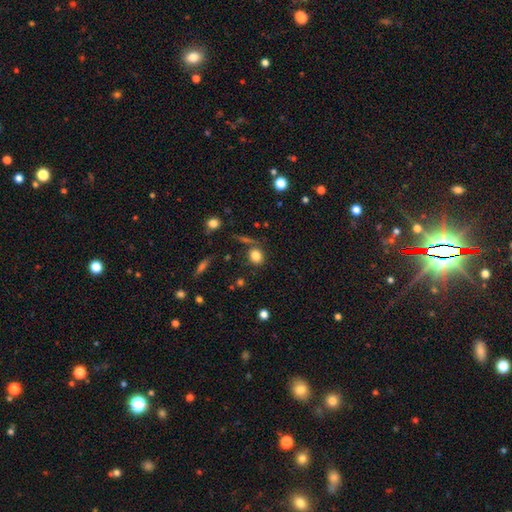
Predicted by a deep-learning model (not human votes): Smooth or featured? smooth (82%)
How rounded? round (66%)
Merging? none (75%)